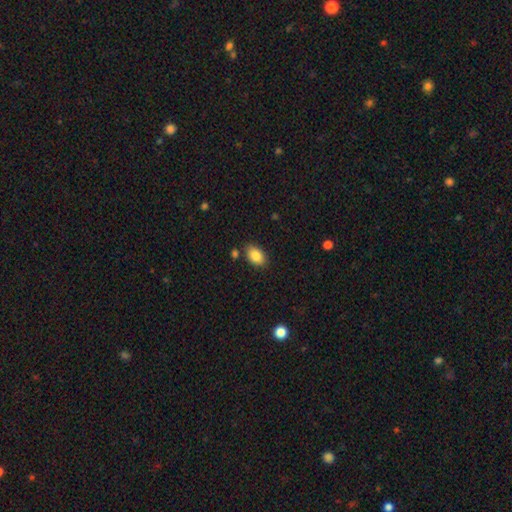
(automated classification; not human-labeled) Smooth or featured?
  - smooth: 85% *
  - star or artifact: 8%
  - featured or disk: 7%
How rounded?
  - in between: 88% *
  - round: 10%
  - cigar-shaped: 1%
Merging?
  - none: 82% *
  - minor disturbance: 11%
  - merger: 4%
  - major disturbance: 2%